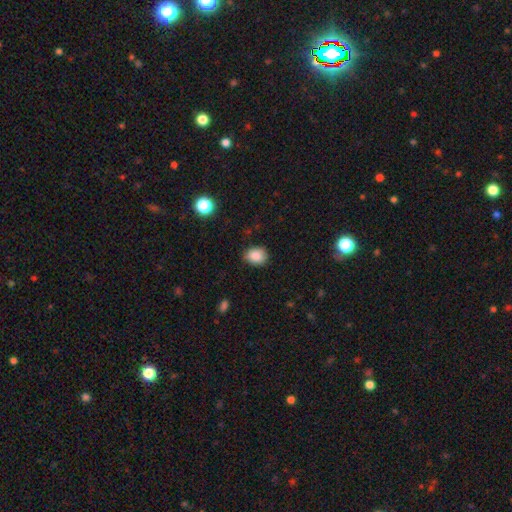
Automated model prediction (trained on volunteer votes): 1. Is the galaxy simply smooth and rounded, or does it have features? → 87% smooth, 9% star or artifact, 4% featured or disk.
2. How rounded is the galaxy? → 50% in between, 49% round, 1% cigar-shaped.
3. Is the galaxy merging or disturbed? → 79% none, 17% minor disturbance, 3% major disturbance, 1% merger.